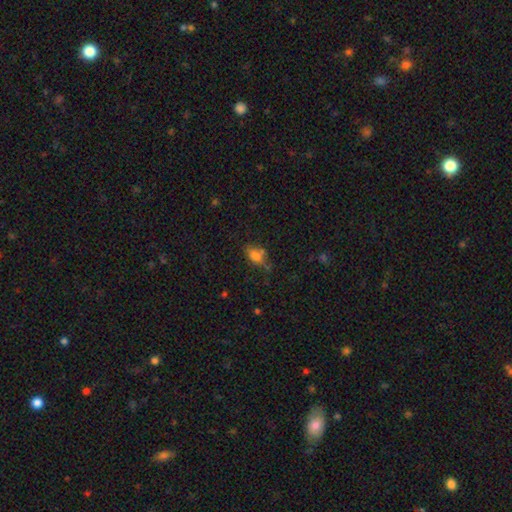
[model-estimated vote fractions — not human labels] smooth-or-featured: smooth: 75% | featured or disk: 13% | star or artifact: 13%
  how-rounded: in between: 83% | round: 11% | cigar-shaped: 6%
  merging: none: 54% | minor disturbance: 23% | merger: 14% | major disturbance: 9%